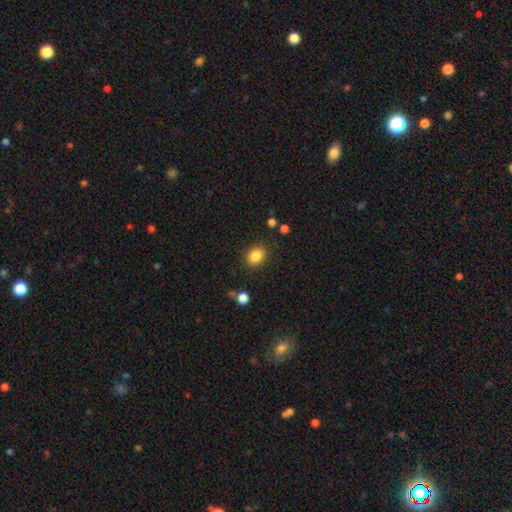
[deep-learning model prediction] smooth_or_featured: smooth (p=0.86) [alt: star or artifact p=0.09]
how_rounded: in between (p=0.59) [alt: round p=0.40]
merging: none (p=0.84) [alt: minor disturbance p=0.10]